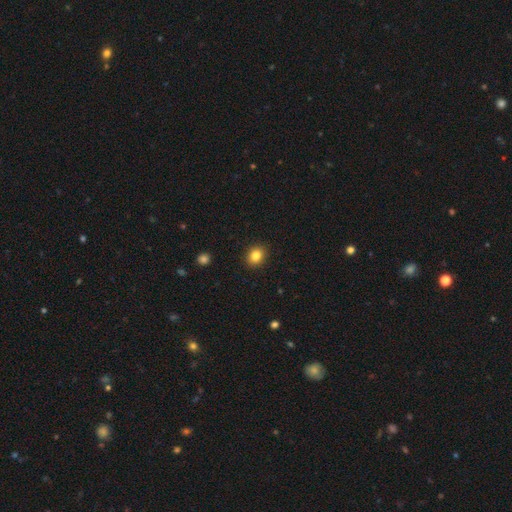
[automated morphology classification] This is clearly a smooth galaxy (85%). How rounded: possibly round (54%). Merging: clearly none (91%).